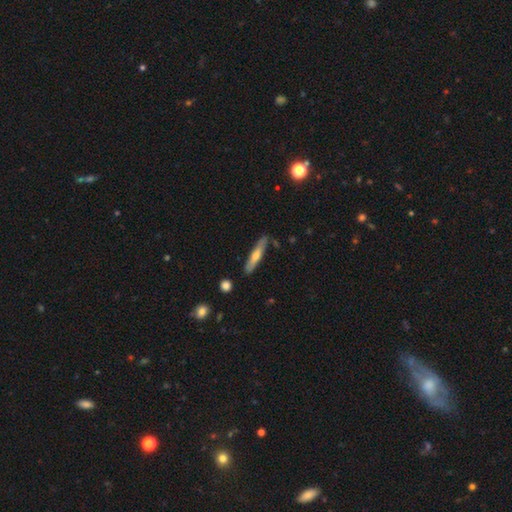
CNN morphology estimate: A smooth galaxy with no disk features (49%).

Vote fractions:
- Smooth or featured? smooth: 49% / featured or disk: 46% / star or artifact: 6%
- Merging? none: 84% / minor disturbance: 12% / merger: 2% / major disturbance: 2%